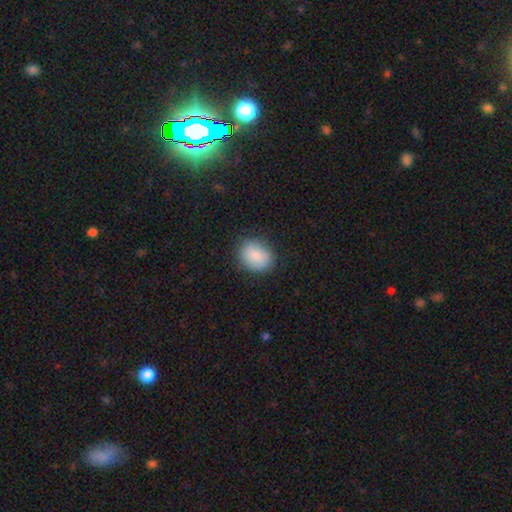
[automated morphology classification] Q: Smooth or featured?
A: smooth (86%); runner-up: featured or disk (8%)
Q: How rounded?
A: round (56%); runner-up: in between (43%)
Q: Merging?
A: none (83%); runner-up: minor disturbance (13%)